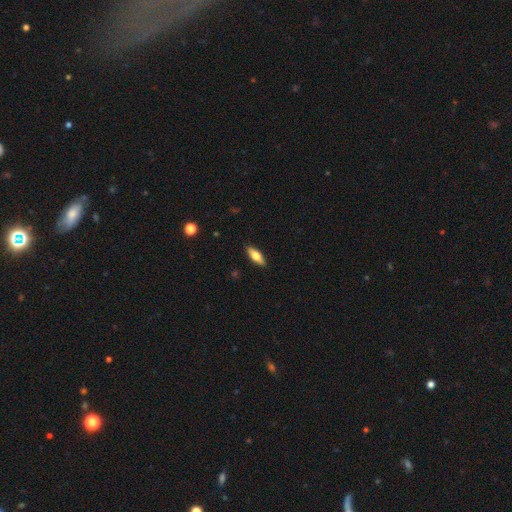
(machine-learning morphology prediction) Q: Smooth or featured?
A: smooth (62%); runner-up: featured or disk (32%)
Q: How rounded?
A: in between (63%); runner-up: cigar-shaped (34%)
Q: Merging?
A: none (90%); runner-up: minor disturbance (8%)